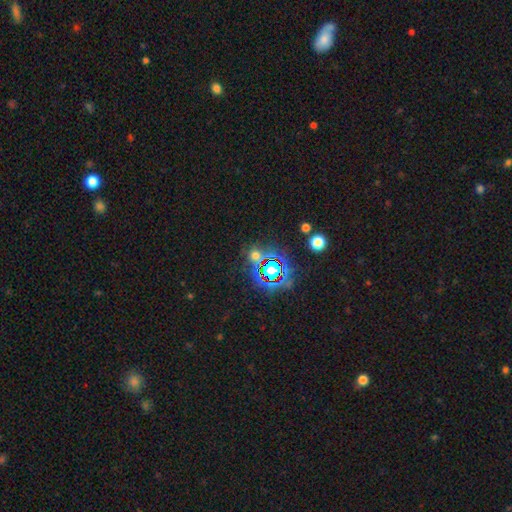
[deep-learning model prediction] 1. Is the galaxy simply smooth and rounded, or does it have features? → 55% star or artifact, 35% smooth, 10% featured or disk.